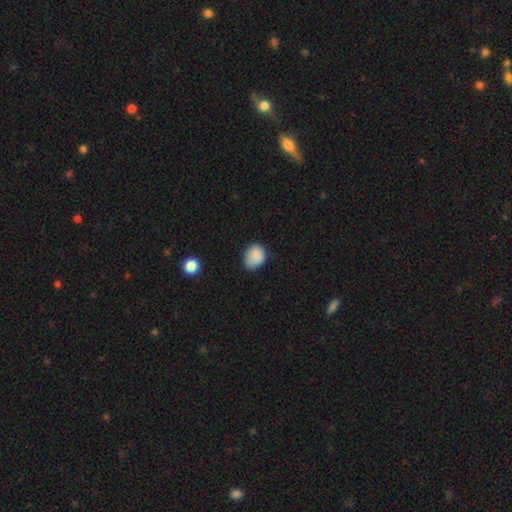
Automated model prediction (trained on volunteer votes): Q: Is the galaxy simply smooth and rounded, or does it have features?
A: smooth — 87%.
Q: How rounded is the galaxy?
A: round — 60%.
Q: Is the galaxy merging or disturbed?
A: none — 68%.